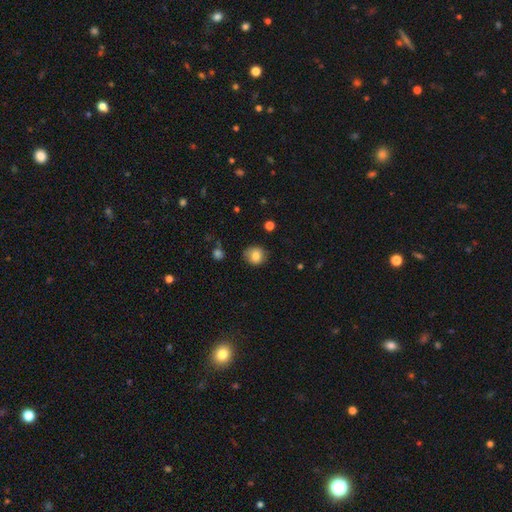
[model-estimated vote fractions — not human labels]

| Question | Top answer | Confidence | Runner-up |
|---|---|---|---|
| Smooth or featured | smooth | 80% | featured or disk (10%) |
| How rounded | round | 81% | in between (18%) |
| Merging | none | 77% | minor disturbance (17%) |